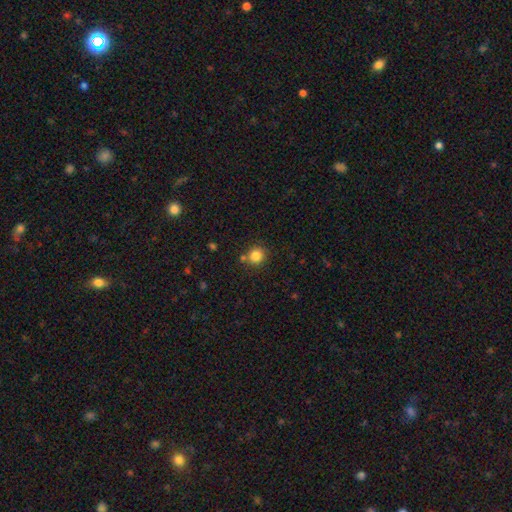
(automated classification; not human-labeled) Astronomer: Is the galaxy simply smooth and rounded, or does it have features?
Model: smooth — 83%.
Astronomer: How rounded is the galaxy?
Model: round — 90%.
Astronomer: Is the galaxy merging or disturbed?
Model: none — 76%.